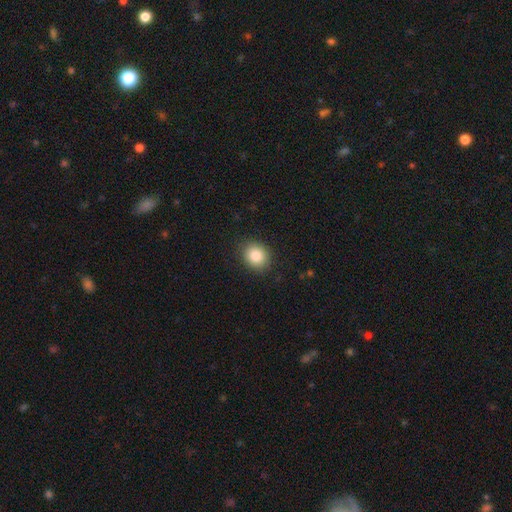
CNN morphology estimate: The model was most divided on "how rounded": round: 71%, in between: 28%, cigar-shaped: 1%. More confident: merging — none (88%); smooth or featured — smooth (83%).